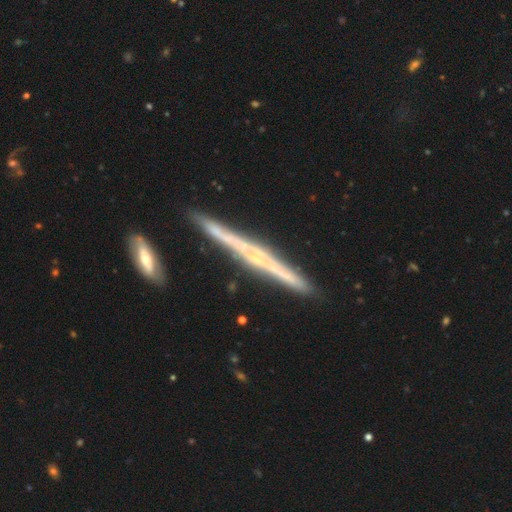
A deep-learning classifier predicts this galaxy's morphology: smooth-or-featured: featured or disk: 81% | smooth: 14% | star or artifact: 6%
  disk-edge-on: yes: 98% | no: 2%
    edge-on-bulge: rounded: 51% | none: 39% | boxy: 11%
  merging: none: 86% | minor disturbance: 9% | merger: 4% | major disturbance: 2%